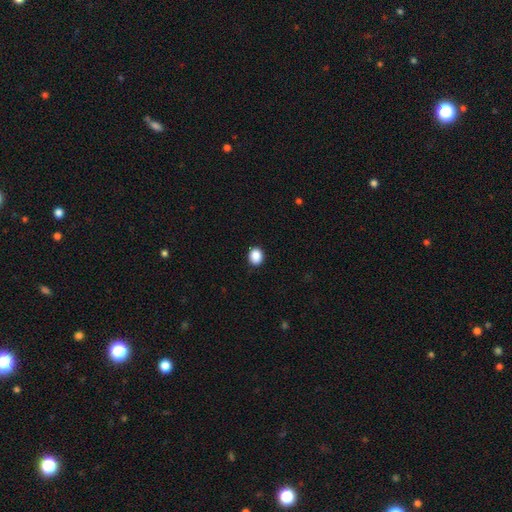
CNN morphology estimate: Smooth or featured?
  - smooth: 88% *
  - star or artifact: 9%
  - featured or disk: 3%
How rounded?
  - round: 62% *
  - in between: 37%
  - cigar-shaped: 1%
Merging?
  - none: 90% *
  - minor disturbance: 7%
  - major disturbance: 2%
  - merger: 1%